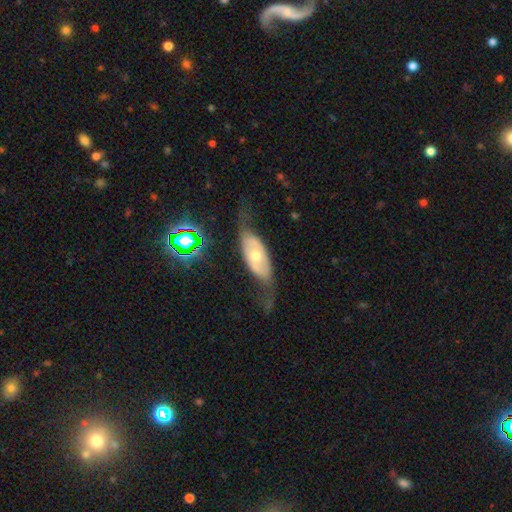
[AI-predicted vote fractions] Smooth or featured: featured or disk — 65% (smooth — 27%)
Edge-on disk: no — 79% (yes — 21%)
Bar: no — 78% (weak — 15%)
Spiral arms: yes — 54% (no — 46%)
Bulge size: moderate — 51% (small — 42%)
Merging: none — 53% (major disturbance — 22%)